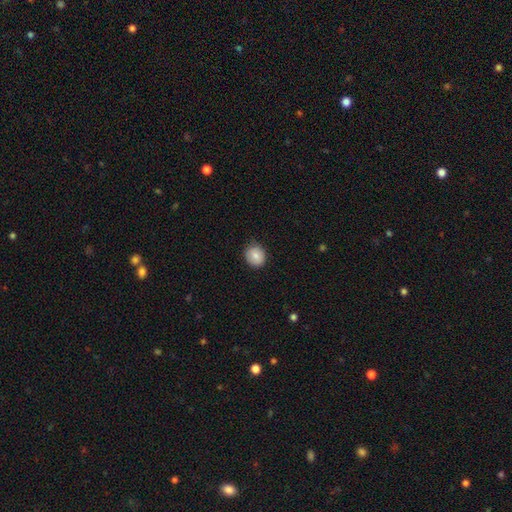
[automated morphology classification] Smooth or featured? Predicted: smooth (p=0.81). How rounded? Predicted: round (p=0.75). Merging? Predicted: none (p=0.78).